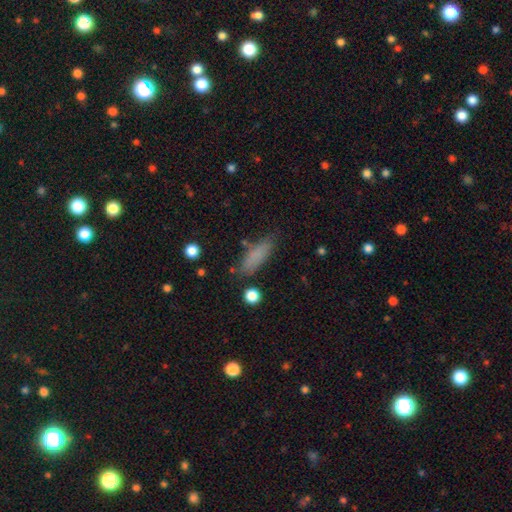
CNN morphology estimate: This is likely a smooth galaxy (79%). How rounded: possibly cigar-shaped (54%). Merging: likely none (74%).